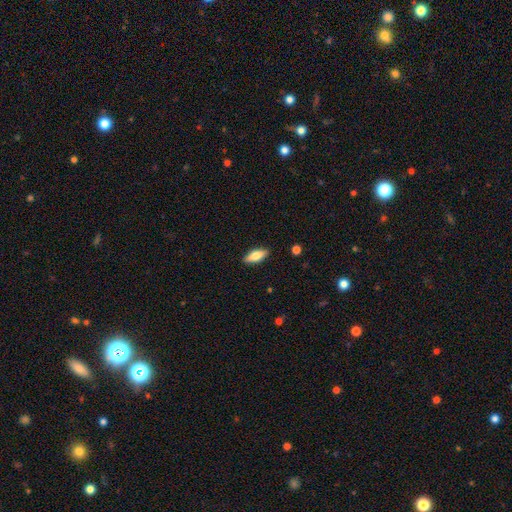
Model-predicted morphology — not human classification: A smooth galaxy with no disk features (72%) that is in between round and cigar-shaped (72%). Merging: none (89%).